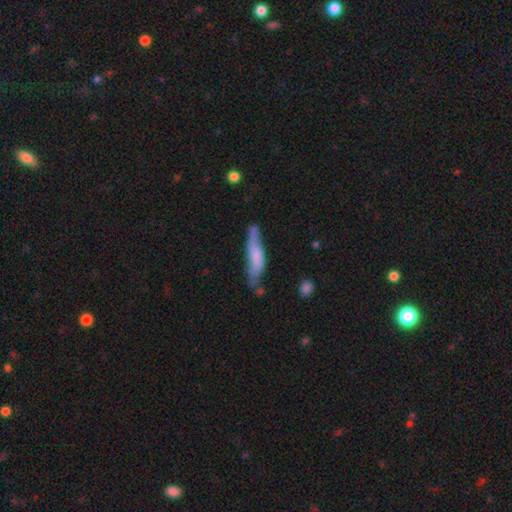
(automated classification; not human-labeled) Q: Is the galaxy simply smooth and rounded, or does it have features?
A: smooth — 53%.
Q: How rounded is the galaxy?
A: cigar-shaped — 77%.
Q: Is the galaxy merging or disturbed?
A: none — 53%.